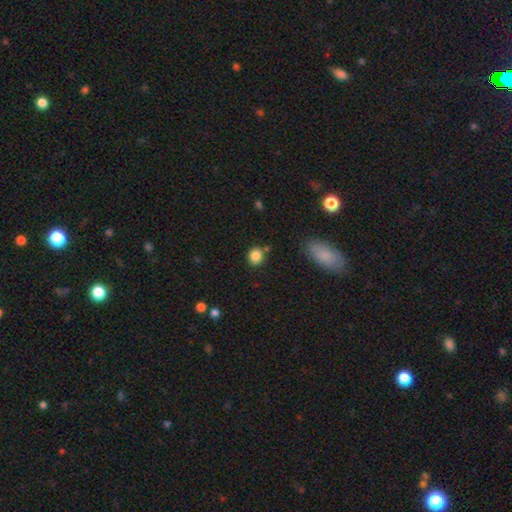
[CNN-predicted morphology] smooth 85%, star or artifact 10%, featured or disk 5%. Down the decision tree: how rounded — round (81%); merging — none (79%).